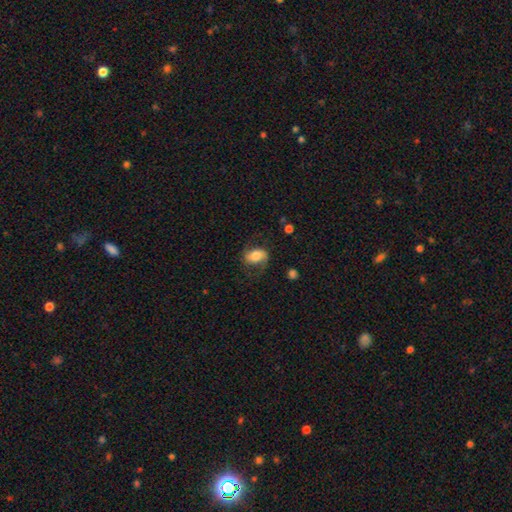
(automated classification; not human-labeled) Overall: featured or disk (46%, tied with smooth). Merging: none (63%).